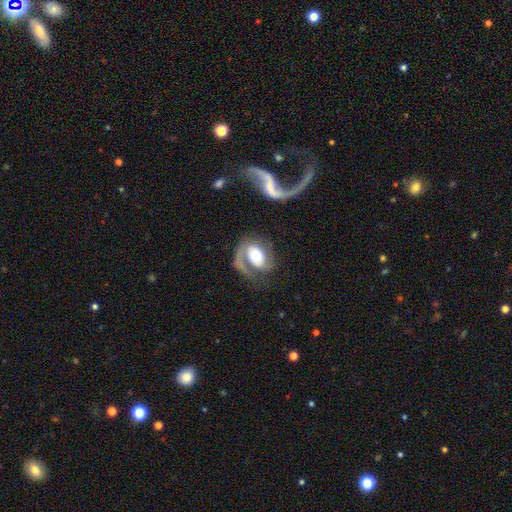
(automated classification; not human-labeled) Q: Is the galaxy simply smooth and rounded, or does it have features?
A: featured or disk — 73%.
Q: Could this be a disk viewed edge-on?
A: no — 97%.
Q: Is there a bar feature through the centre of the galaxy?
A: no — 60%.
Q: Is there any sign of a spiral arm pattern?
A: yes — 88%.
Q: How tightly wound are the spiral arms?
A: medium — 41%.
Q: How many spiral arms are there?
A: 1 — 46%.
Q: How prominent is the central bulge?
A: moderate — 53%.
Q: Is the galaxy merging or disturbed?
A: none — 47%.